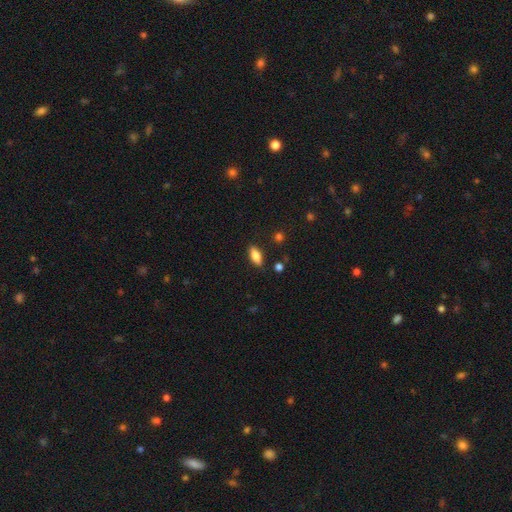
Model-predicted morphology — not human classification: The model was most divided on "smooth or featured": smooth: 78%, featured or disk: 14%, star or artifact: 8%. More confident: merging — none (85%); how rounded — in between (81%).